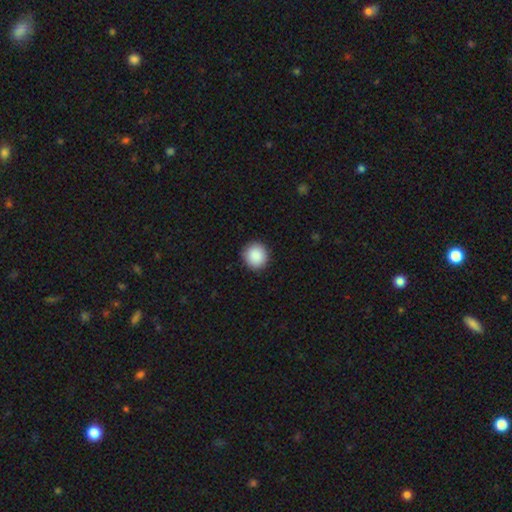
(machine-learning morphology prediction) smooth_or_featured: smooth (p=0.90) [alt: star or artifact p=0.08]
how_rounded: round (p=0.91) [alt: in between p=0.08]
merging: none (p=0.91) [alt: minor disturbance p=0.06]